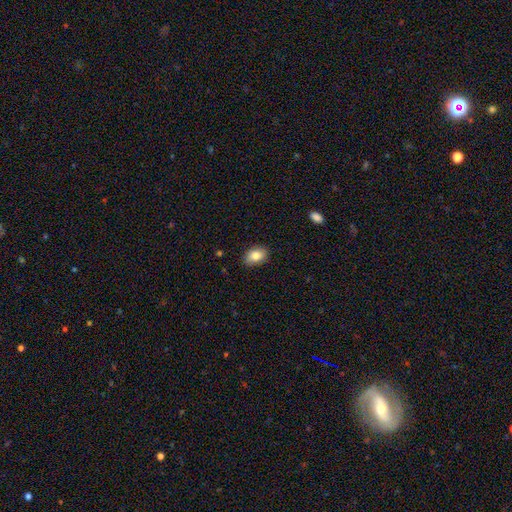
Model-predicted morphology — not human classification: The model was most divided on "how rounded": in between: 82%, round: 17%, cigar-shaped: 1%. More confident: merging — none (87%); smooth or featured — smooth (83%).